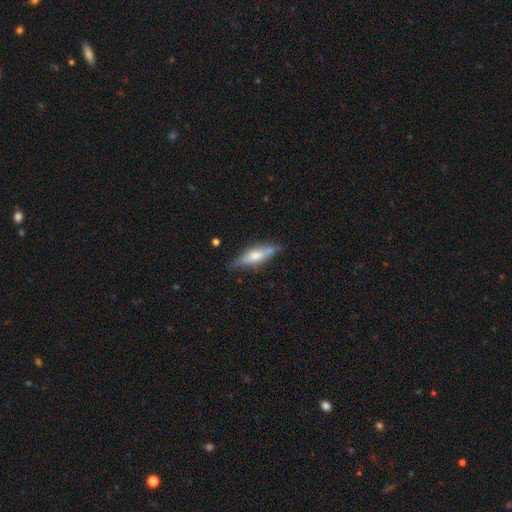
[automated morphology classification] The model was most divided on "smooth or featured" (2-way tie): featured or disk: 47%, smooth: 47%, star or artifact: 6%. More confident: merging — none (75%).